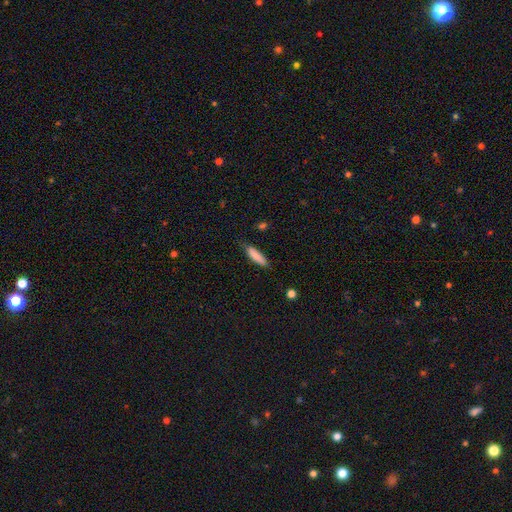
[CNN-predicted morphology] smooth-or-featured: smooth: 84% | featured or disk: 10% | star or artifact: 6%
  how-rounded: cigar-shaped: 72% | in between: 27% | round: 1%
  merging: none: 74% | minor disturbance: 21% | major disturbance: 4% | merger: 2%